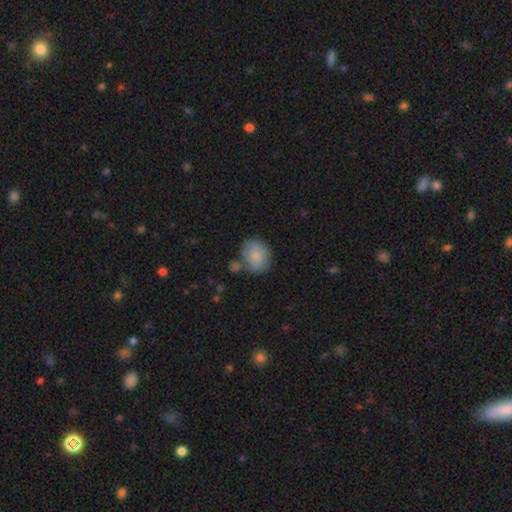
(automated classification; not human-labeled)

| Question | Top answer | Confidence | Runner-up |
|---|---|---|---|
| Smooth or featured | smooth | 83% | featured or disk (11%) |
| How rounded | round | 50% | in between (49%) |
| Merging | none | 59% | minor disturbance (21%) |